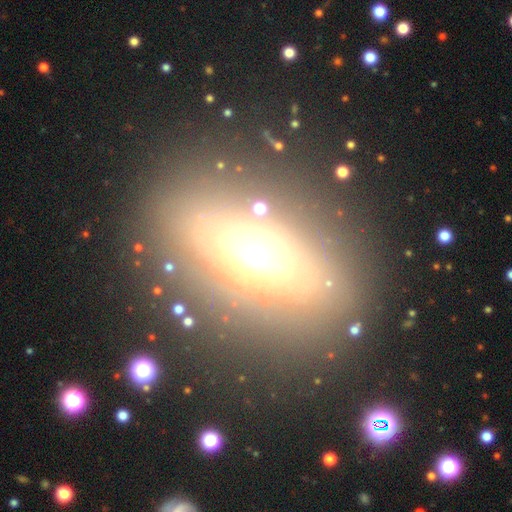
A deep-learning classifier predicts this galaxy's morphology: smooth-or-featured: smooth: 47% | featured or disk: 33% | star or artifact: 20%
  merging: none: 80% | minor disturbance: 12% | major disturbance: 6% | merger: 3%